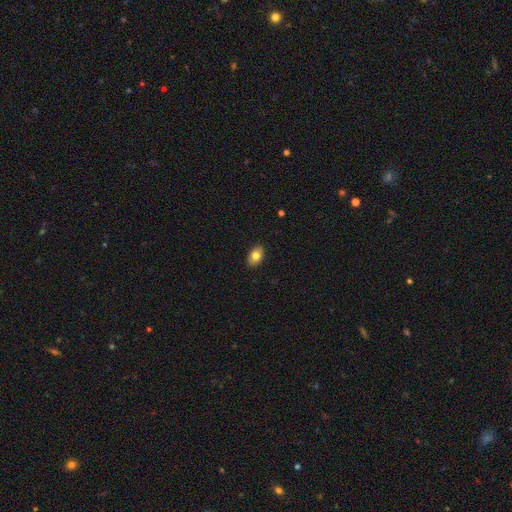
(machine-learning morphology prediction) Smooth or featured: smooth — 81% (featured or disk — 11%)
How rounded: in between — 87% (round — 11%)
Merging: none — 89% (minor disturbance — 8%)